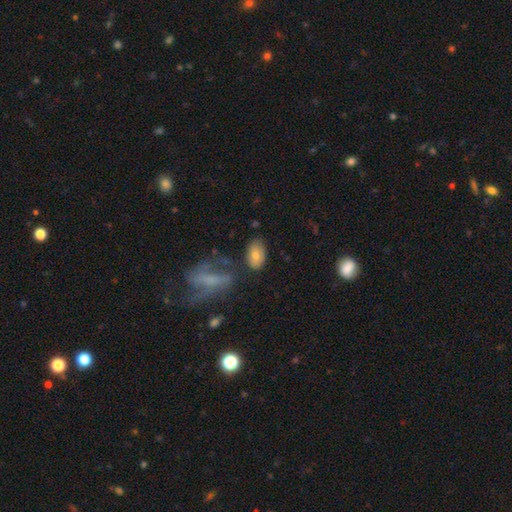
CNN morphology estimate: smooth_or_featured: smooth (p=0.74) [alt: featured or disk p=0.18]
how_rounded: in between (p=0.92) [alt: round p=0.06]
merging: none (p=0.67) [alt: minor disturbance p=0.19]